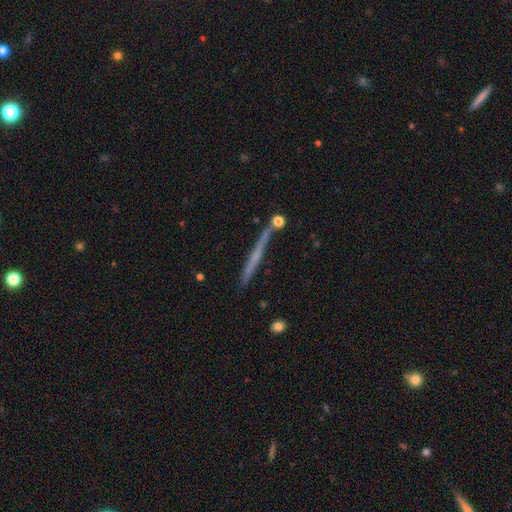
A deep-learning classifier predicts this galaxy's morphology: This is possibly a featured or disk galaxy (57%). It is clearly viewed edge-on (97%). Edge-on bulge: likely none (80%). Merging: clearly none (84%).